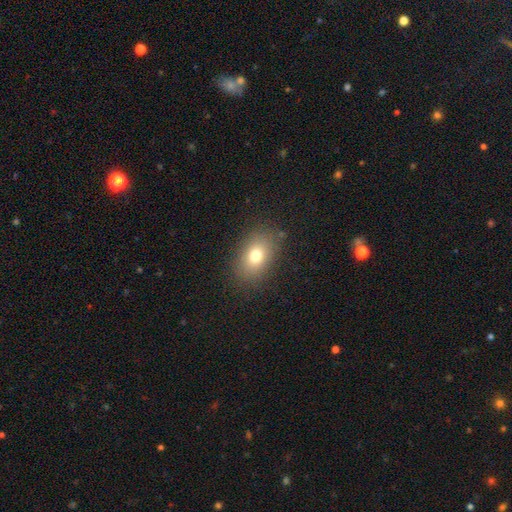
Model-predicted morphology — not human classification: Smooth or featured?
  - smooth: 76% *
  - featured or disk: 12%
  - star or artifact: 12%
How rounded?
  - in between: 78% *
  - round: 20%
  - cigar-shaped: 2%
Merging?
  - none: 85% *
  - minor disturbance: 10%
  - major disturbance: 4%
  - merger: 1%